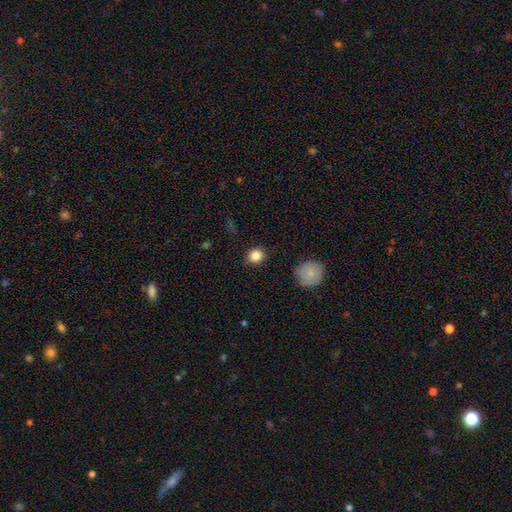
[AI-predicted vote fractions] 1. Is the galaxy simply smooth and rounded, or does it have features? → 86% smooth, 10% star or artifact, 4% featured or disk.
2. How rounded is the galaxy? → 86% round, 13% in between, 1% cigar-shaped.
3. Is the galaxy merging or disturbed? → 87% none, 8% minor disturbance, 3% major disturbance, 1% merger.